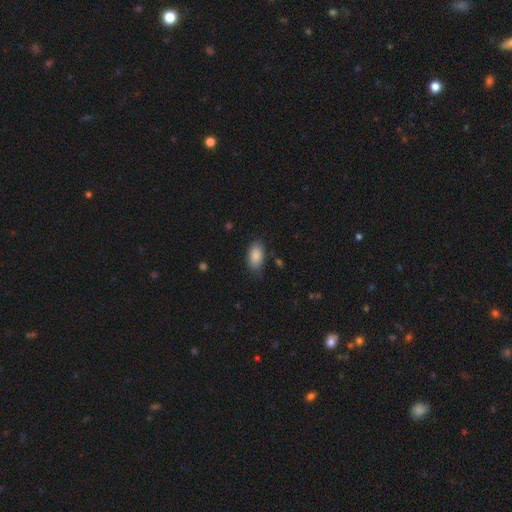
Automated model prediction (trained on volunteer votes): Smooth or featured? smooth (88%)
How rounded? in between (93%)
Merging? none (74%)